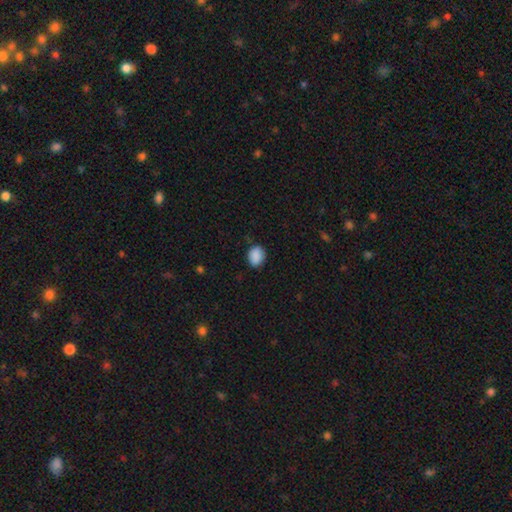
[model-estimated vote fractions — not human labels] The model was most divided on "how rounded": in between: 60%, round: 39%, cigar-shaped: 1%. More confident: smooth or featured — smooth (89%); merging — none (81%).